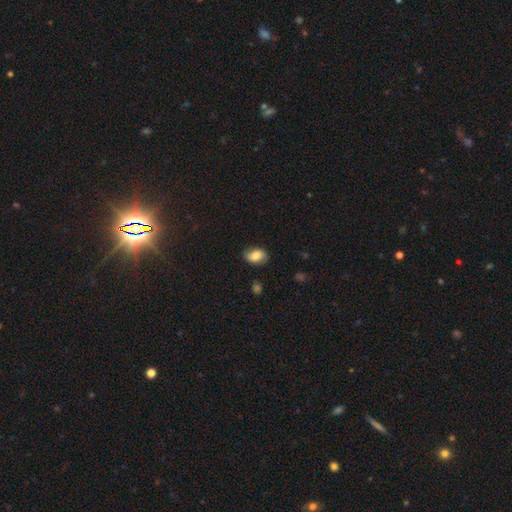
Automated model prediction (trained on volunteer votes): Morphology: type=smooth (72%); roundness=in between (82%); merging=none (72%).